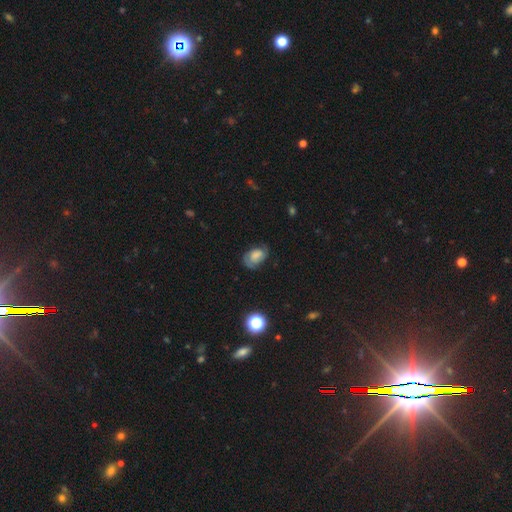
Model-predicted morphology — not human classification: Smooth or featured: smooth — 49% (featured or disk — 40%)
Merging: none — 63% (minor disturbance — 25%)